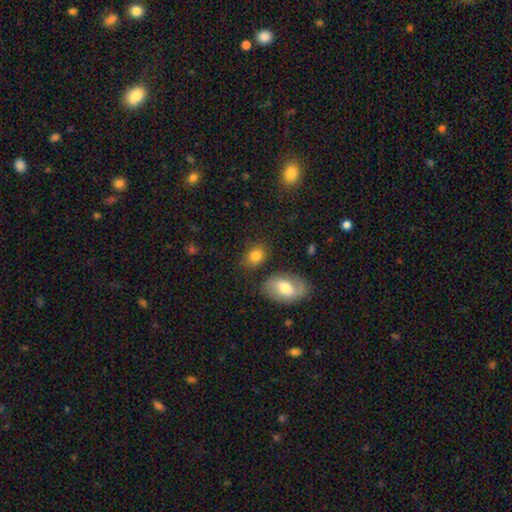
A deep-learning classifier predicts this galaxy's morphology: smooth 82%, featured or disk 9%, star or artifact 9%. Down the decision tree: how rounded — in between (71%); merging — none (73%).